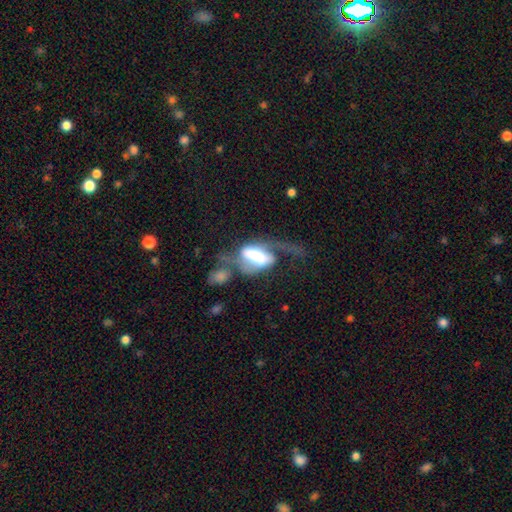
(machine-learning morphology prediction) smooth_or_featured: featured or disk (p=0.63) [alt: smooth p=0.30]
disk_edge_on: no (p=0.91) [alt: yes p=0.09]
bar: strong (p=0.56) [alt: weak p=0.26]
has_spiral_arms: yes (p=0.75) [alt: no p=0.25]
bulge_size: large (p=0.37) [alt: moderate p=0.20]
merging: major disturbance (p=0.43) [alt: merger p=0.22]